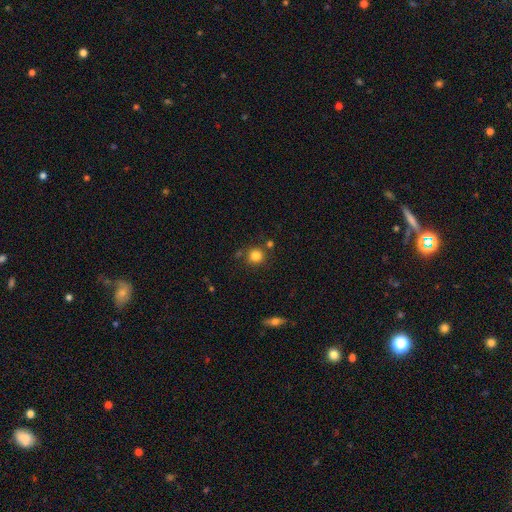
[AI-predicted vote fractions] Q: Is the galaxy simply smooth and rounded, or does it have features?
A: smooth — 83%.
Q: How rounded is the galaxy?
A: round — 92%.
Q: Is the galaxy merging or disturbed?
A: none — 79%.